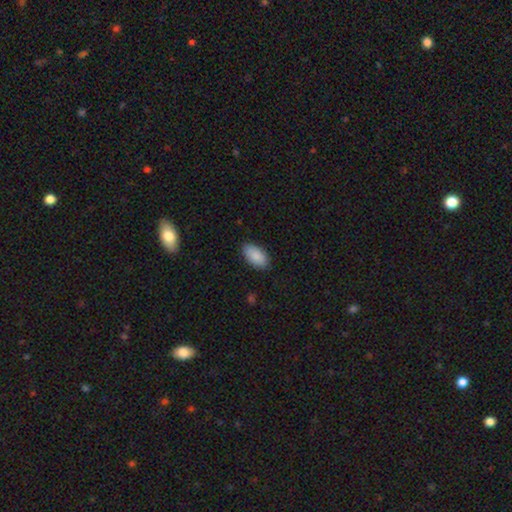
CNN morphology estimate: This is clearly a smooth galaxy (90%). How rounded: clearly in between (95%). Merging: clearly none (87%).